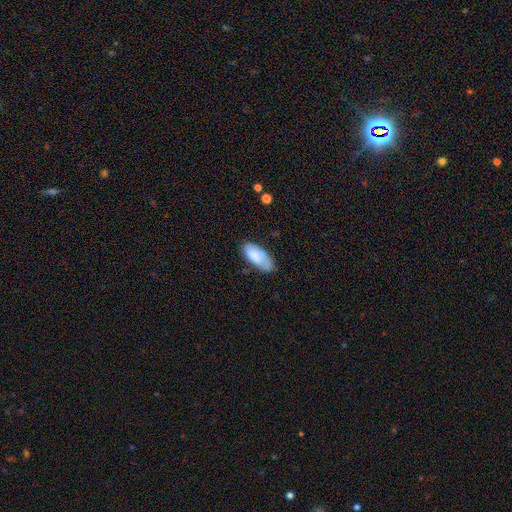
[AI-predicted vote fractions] smooth-or-featured: smooth: 79% | featured or disk: 15% | star or artifact: 6%
  how-rounded: in between: 89% | cigar-shaped: 10% | round: 2%
  merging: none: 63% | minor disturbance: 28% | major disturbance: 7% | merger: 2%